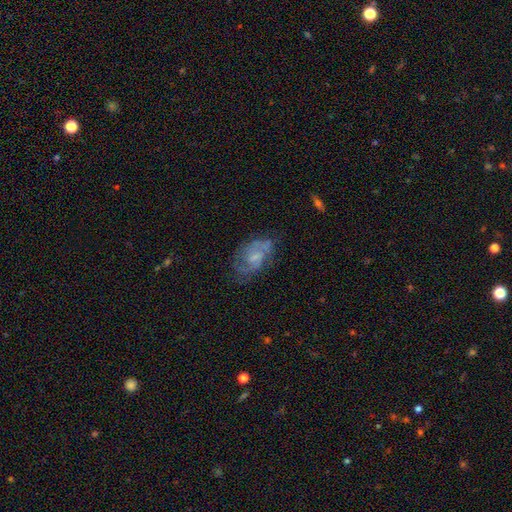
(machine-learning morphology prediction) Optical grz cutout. It shows a featured or disk galaxy (70%) with a weak bar (47%), 2 (62%) medium (48%) spiral arms (85%) and a small central bulge (41%). Merging: none (62%).